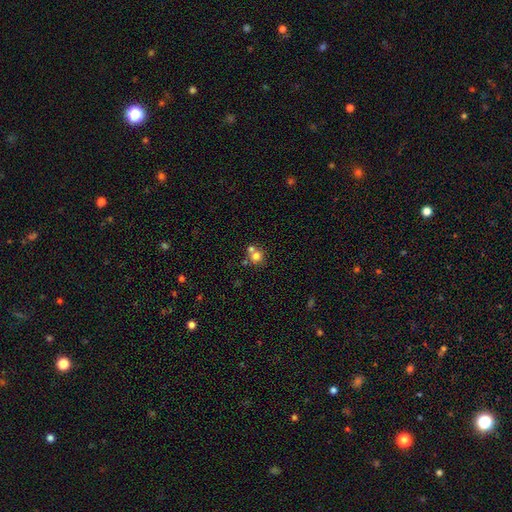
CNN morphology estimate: Smooth or featured? Predicted: smooth (p=0.73). How rounded? Predicted: round (p=0.86). Merging? Predicted: none (p=0.46).